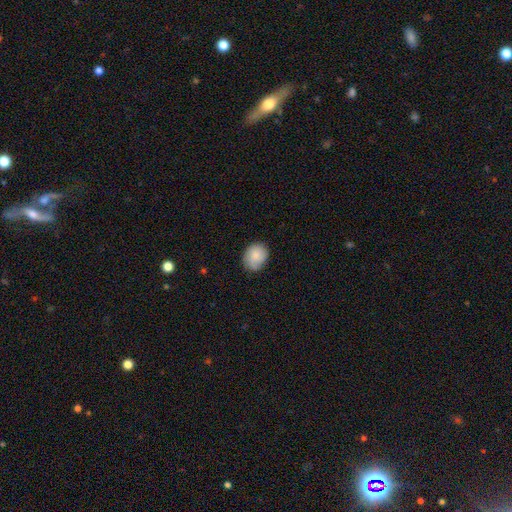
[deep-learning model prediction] smooth_or_featured: smooth (p=0.85) [alt: featured or disk p=0.07]
how_rounded: in between (p=0.56) [alt: round p=0.43]
merging: none (p=0.79) [alt: minor disturbance p=0.18]